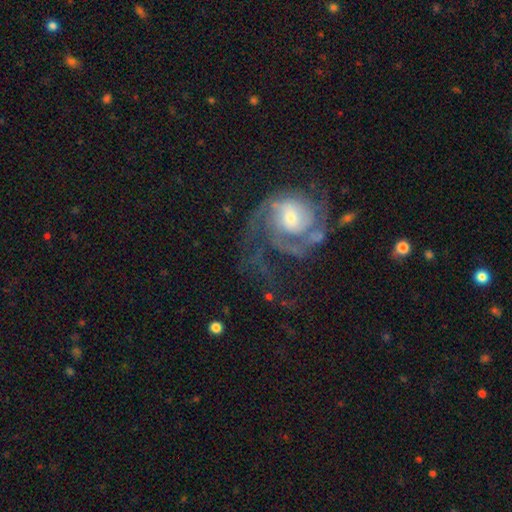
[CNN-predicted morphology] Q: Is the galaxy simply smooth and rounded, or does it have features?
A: featured or disk — 86%.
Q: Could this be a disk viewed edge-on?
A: no — 98%.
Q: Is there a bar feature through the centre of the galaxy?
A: no — 57%.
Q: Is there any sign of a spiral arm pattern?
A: yes — 95%.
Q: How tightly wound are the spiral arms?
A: tight — 45%.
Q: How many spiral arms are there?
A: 2 — 33%.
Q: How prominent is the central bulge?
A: moderate — 48%.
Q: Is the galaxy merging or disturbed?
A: none — 50%.